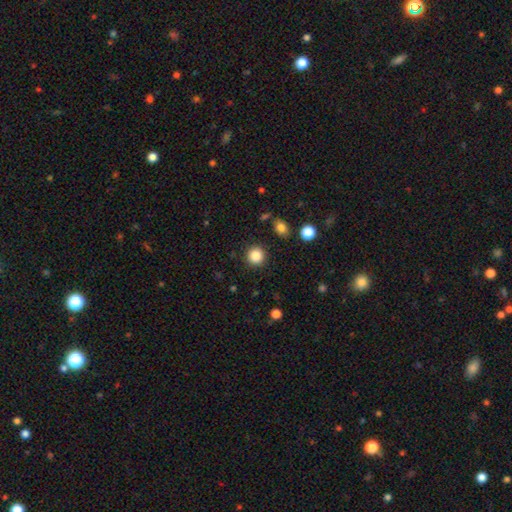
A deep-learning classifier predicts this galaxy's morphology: Smooth or featured? Predicted: smooth (p=0.86). How rounded? Predicted: round (p=0.92). Merging? Predicted: none (p=0.90).